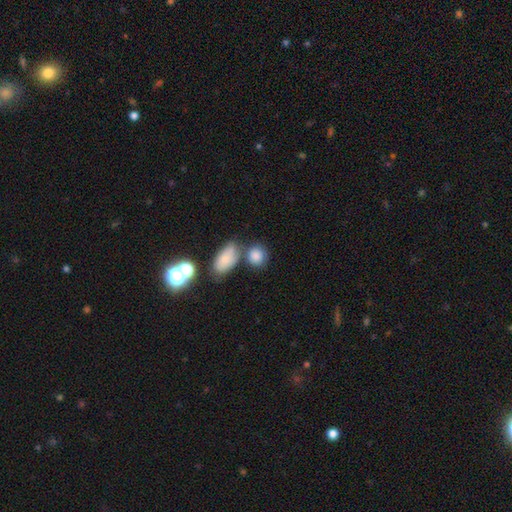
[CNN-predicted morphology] This is clearly a smooth galaxy (82%). How rounded: likely round (65%). Merging: possibly none (56%).